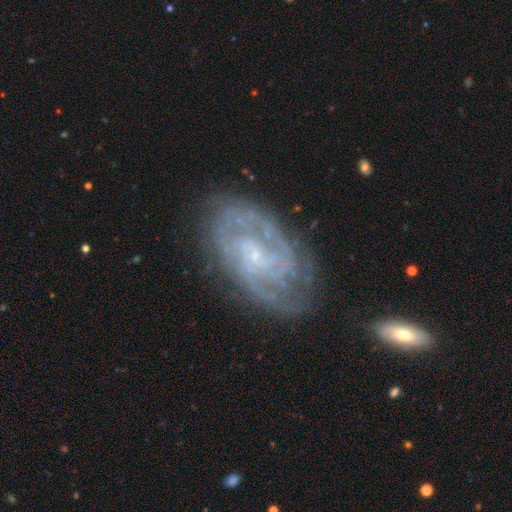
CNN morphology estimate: type=featured or disk (86%); edge-on=no (96%); bar=no (58%); spiral arms=yes (94%); winding=tight (59%); arm count=can't tell (32%); bulge=small (82%); merging=none (71%).